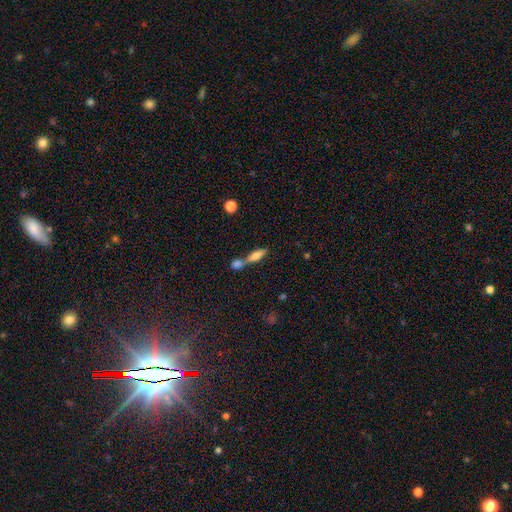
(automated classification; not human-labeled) Morphology: type=smooth (69%); roundness=in between (48%); merging=merger (55%).